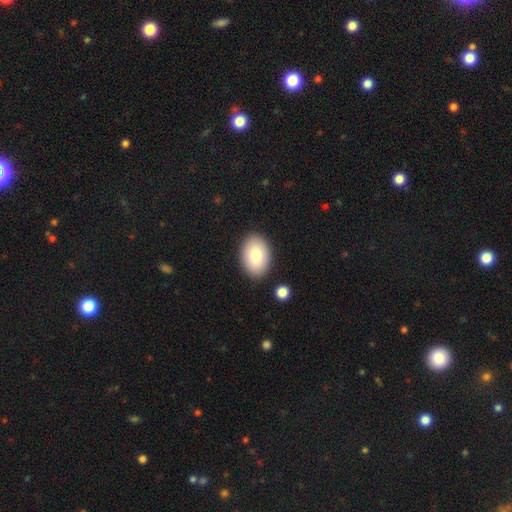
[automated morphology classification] smooth 78%, featured or disk 15%, star or artifact 7%. Down the decision tree: how rounded — in between (83%); merging — none (87%).